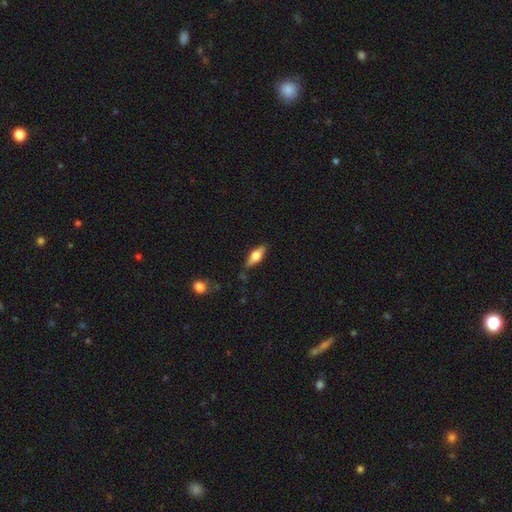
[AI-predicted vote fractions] smooth_or_featured: featured or disk (p=0.48) [alt: smooth p=0.46]
merging: none (p=0.82) [alt: minor disturbance p=0.13]